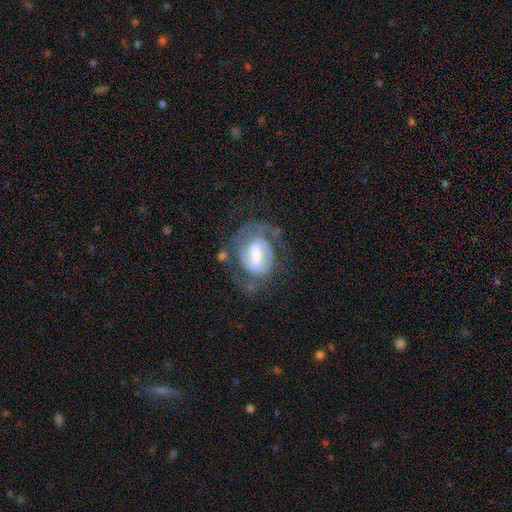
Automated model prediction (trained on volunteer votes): This is clearly a featured or disk galaxy (81%). It is clearly not viewed edge-on (97%). Bar: possibly weak (48%). Spiral arm pattern: clearly yes (92%). Spiral arm count: likely 2 (64%). Spiral winding: marginally tight (45%). Central bulge: marginally moderate (38%). Merging: possibly none (53%).